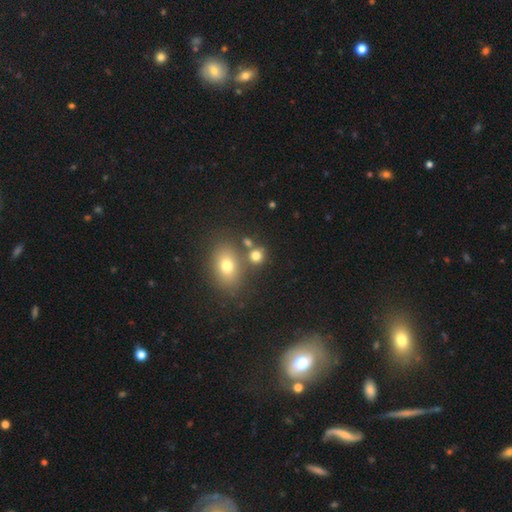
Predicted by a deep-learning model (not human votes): This is likely a smooth galaxy (75%). How rounded: likely round (72%). Merging: likely none (63%).